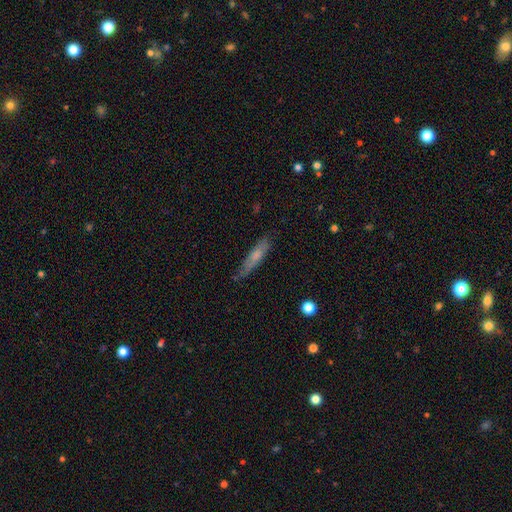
Smooth or featured: smooth — 66% (featured or disk — 26%)
How rounded: cigar-shaped — 76% (in between — 20%)
Merging: none — 66% (minor disturbance — 31%)